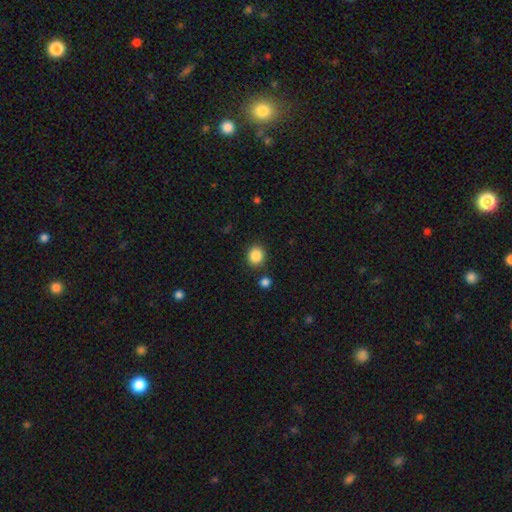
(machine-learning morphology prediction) Smooth or featured? Predicted: smooth (p=0.87). How rounded? Predicted: round (p=0.76). Merging? Predicted: none (p=0.85).